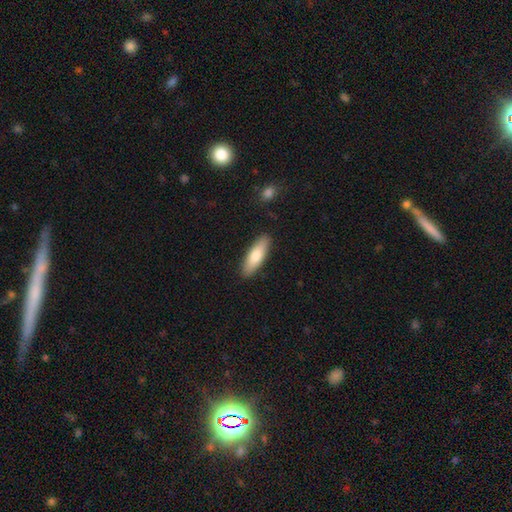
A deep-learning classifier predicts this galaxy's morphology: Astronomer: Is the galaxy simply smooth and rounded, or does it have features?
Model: smooth — 75%.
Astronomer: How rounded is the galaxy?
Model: cigar-shaped — 49%, tied with in between at 49%.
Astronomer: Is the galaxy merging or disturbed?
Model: none — 89%.